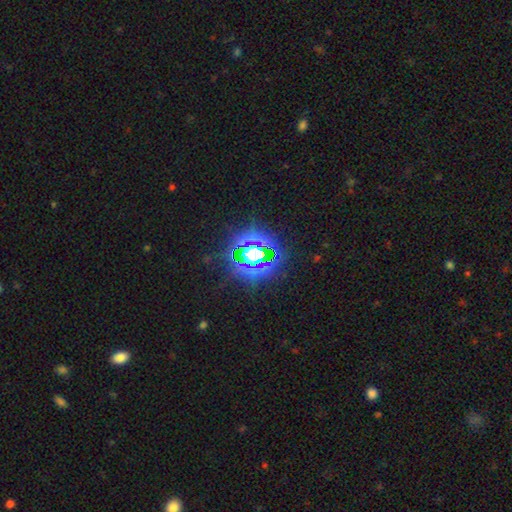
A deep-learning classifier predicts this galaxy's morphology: smooth_or_featured: star or artifact (p=0.71) [alt: smooth p=0.16]